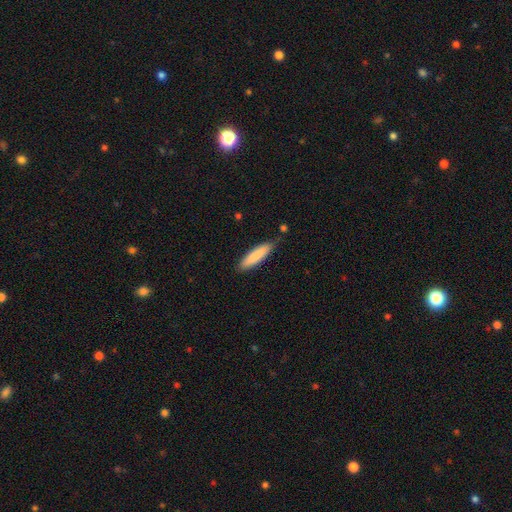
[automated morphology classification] smooth 85%, featured or disk 9%, star or artifact 5%. Down the decision tree: how rounded — cigar-shaped (73%); merging — none (81%).